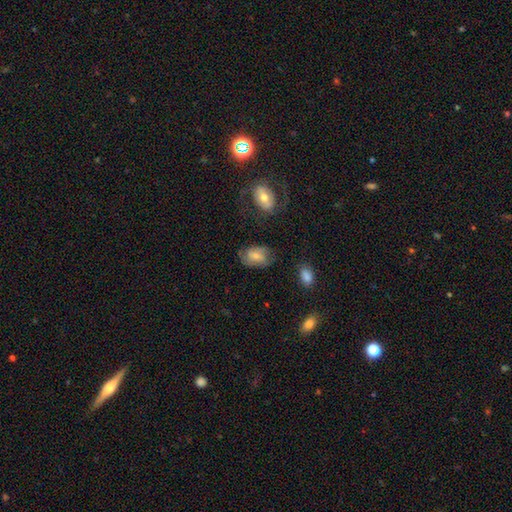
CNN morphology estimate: type=smooth (56%); roundness=in between (85%); merging=none (59%).